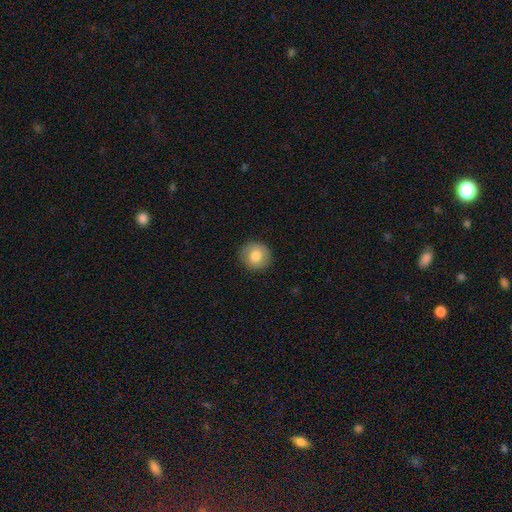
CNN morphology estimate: A smooth galaxy with no disk features (81%) that is round (91%).

Vote fractions:
- Smooth or featured? smooth: 81% / featured or disk: 11% / star or artifact: 8%
- How rounded? round: 91% / in between: 9% / cigar-shaped: 1%
- Merging? none: 89% / minor disturbance: 8% / major disturbance: 2% / merger: 1%